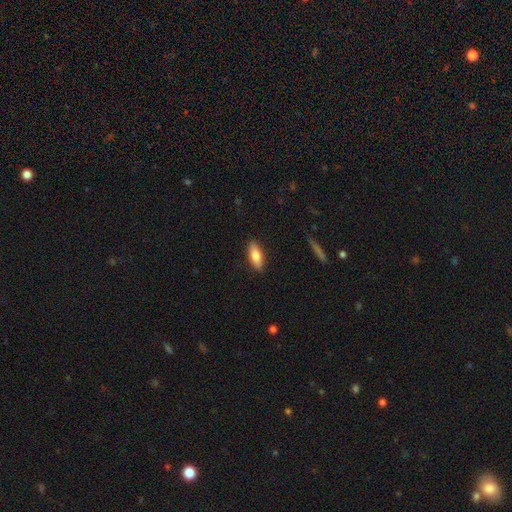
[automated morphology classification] Q: Smooth or featured?
A: smooth (79%); runner-up: featured or disk (15%)
Q: How rounded?
A: in between (73%); runner-up: cigar-shaped (25%)
Q: Merging?
A: none (88%); runner-up: minor disturbance (9%)